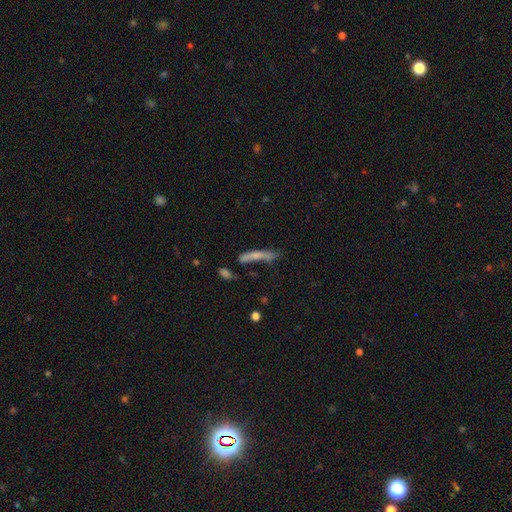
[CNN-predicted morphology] Overall: smooth (63%; featured or disk 26%). How rounded: cigar-shaped (87%). Merging: none (46%; minor disturbance 23%).